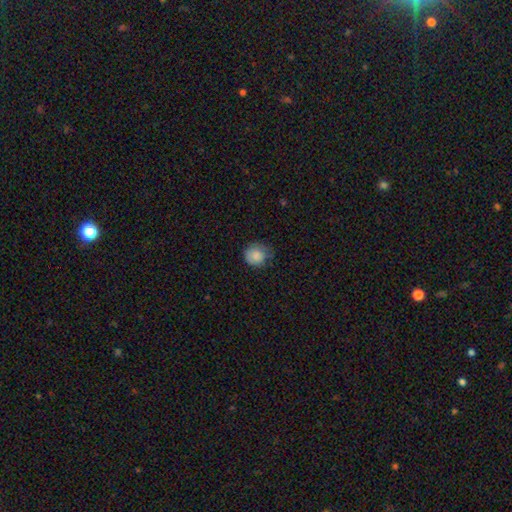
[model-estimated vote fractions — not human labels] A smooth galaxy with no disk features (84%) that is round (83%).

Vote fractions:
- Smooth or featured? smooth: 84% / featured or disk: 8% / star or artifact: 8%
- How rounded? round: 83% / in between: 16% / cigar-shaped: 1%
- Merging? none: 61% / minor disturbance: 29% / major disturbance: 8% / merger: 1%